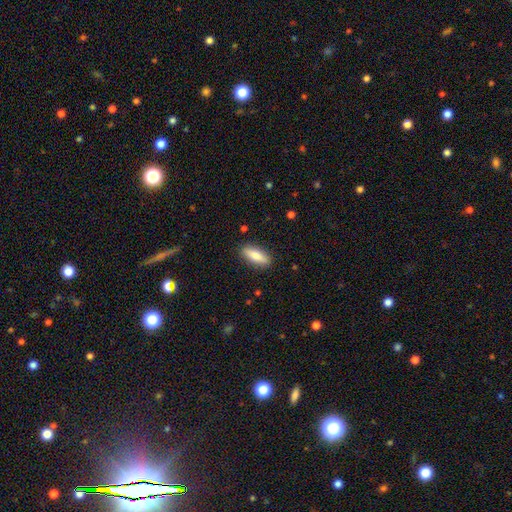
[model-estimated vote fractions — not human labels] Smooth or featured? smooth (78%)
How rounded? in between (61%)
Merging? none (88%)